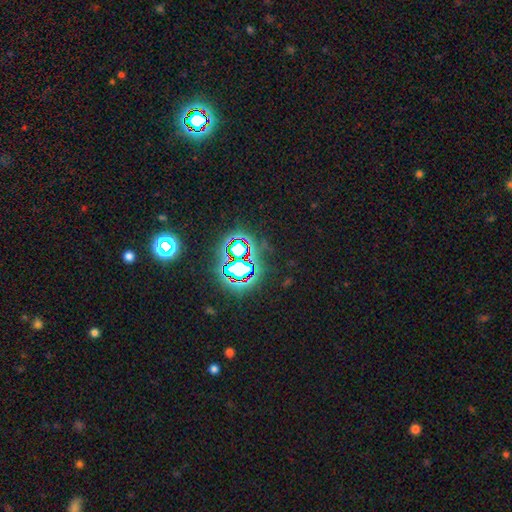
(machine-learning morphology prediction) This appears to be a star or artifact, not a galaxy (81%).